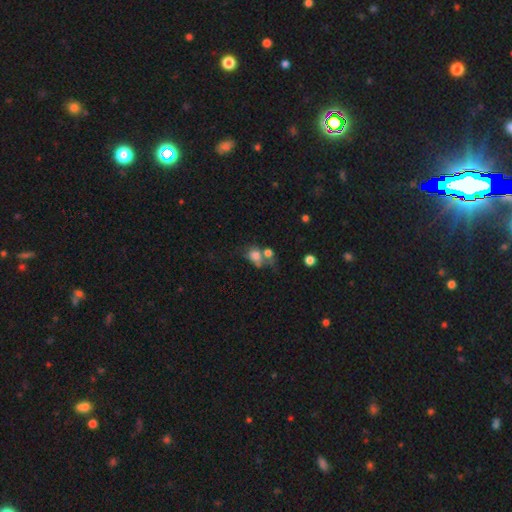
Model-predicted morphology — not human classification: Smooth or featured? Predicted: smooth (p=0.68). How rounded? Predicted: in between (p=0.50). Merging? Predicted: merger (p=0.41).